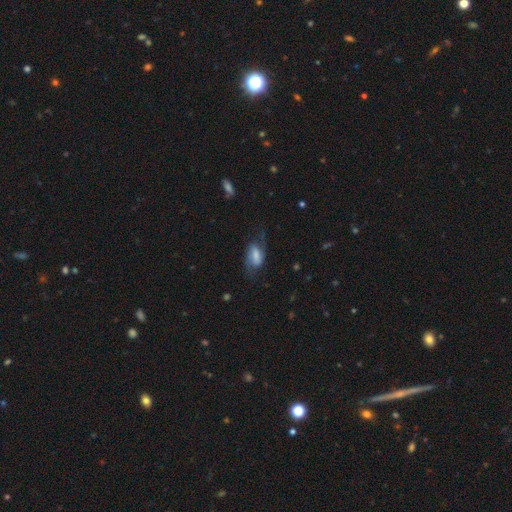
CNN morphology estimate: smooth-or-featured: featured or disk: 57% | smooth: 35% | star or artifact: 8%
  disk-edge-on: no: 94% | yes: 6%
    bar: weak: 44% | strong: 33% | no: 23%
    has-spiral-arms: yes: 88% | no: 12%
    bulge-size: moderate: 28% | small: 27% | none: 21% | large: 20% | dominant: 5%
  merging: none: 58% | minor disturbance: 21% | major disturbance: 19% | merger: 2%